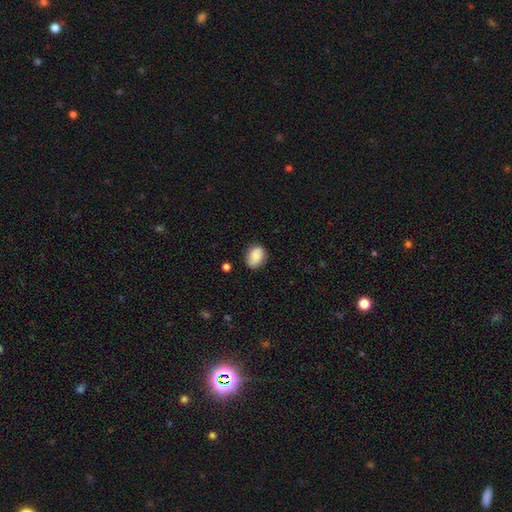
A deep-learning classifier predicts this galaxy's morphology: type=smooth (86%); roundness=in between (64%); merging=none (76%).